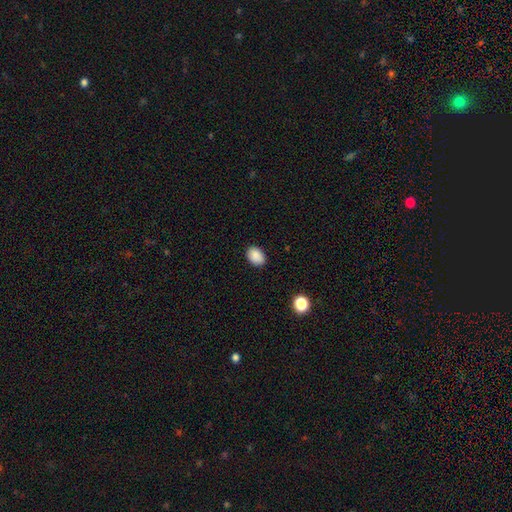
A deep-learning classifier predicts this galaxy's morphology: smooth-or-featured: smooth: 88% | star or artifact: 8% | featured or disk: 3%
  how-rounded: in between: 80% | round: 19% | cigar-shaped: 1%
  merging: none: 87% | minor disturbance: 10% | major disturbance: 2% | merger: 1%